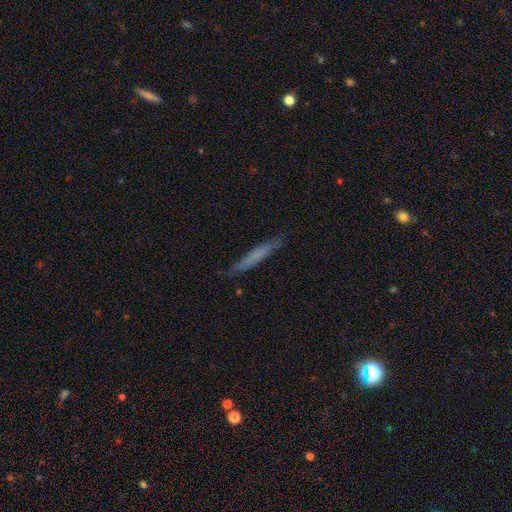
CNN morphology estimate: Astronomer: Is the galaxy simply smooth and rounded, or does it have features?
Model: smooth — 59%.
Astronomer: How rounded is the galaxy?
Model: cigar-shaped — 95%.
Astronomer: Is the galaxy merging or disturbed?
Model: none — 82%.